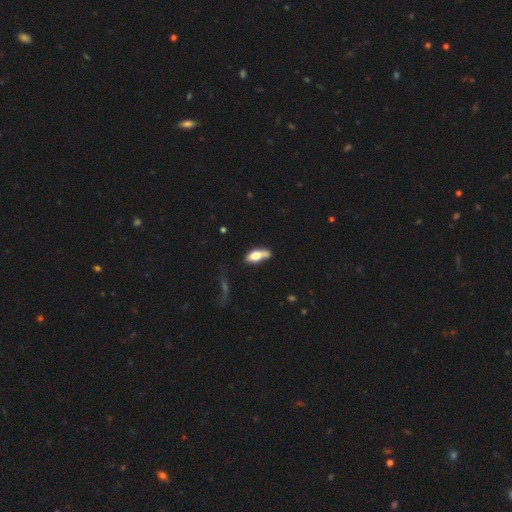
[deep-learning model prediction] Smooth or featured? Predicted: smooth (p=0.69). How rounded? Predicted: in between (p=0.82). Merging? Predicted: none (p=0.37).